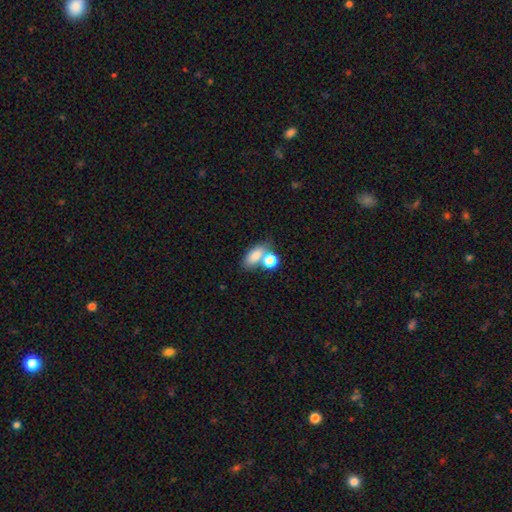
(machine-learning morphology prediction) The model was most divided on "merging": none: 45%, merger: 37%, minor disturbance: 12%, major disturbance: 6%. More confident: how rounded — in between (82%); smooth or featured — smooth (79%).